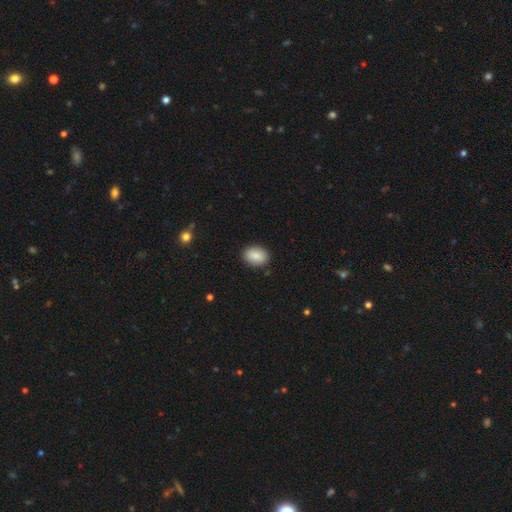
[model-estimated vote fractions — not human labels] smooth 86%, star or artifact 7%, featured or disk 7%. Down the decision tree: how rounded — in between (71%); merging — none (89%).